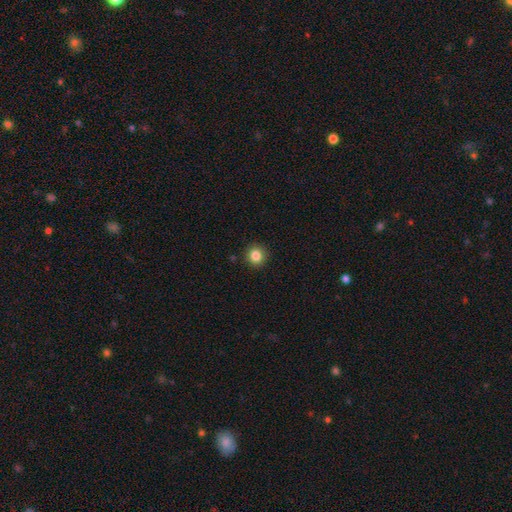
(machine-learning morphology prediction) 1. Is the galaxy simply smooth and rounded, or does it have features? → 85% smooth, 11% star or artifact, 5% featured or disk.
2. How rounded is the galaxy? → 93% round, 6% in between, 1% cigar-shaped.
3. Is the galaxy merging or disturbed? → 91% none, 6% minor disturbance, 2% major disturbance, 1% merger.